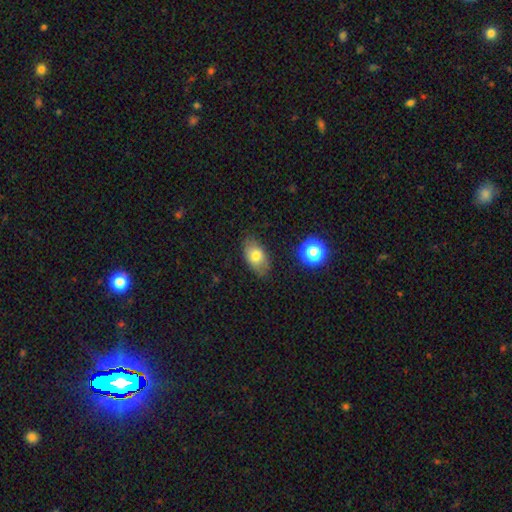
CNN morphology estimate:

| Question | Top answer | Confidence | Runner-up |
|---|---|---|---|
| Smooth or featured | smooth | 75% | featured or disk (15%) |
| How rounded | in between | 88% | round (9%) |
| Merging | none | 80% | minor disturbance (15%) |